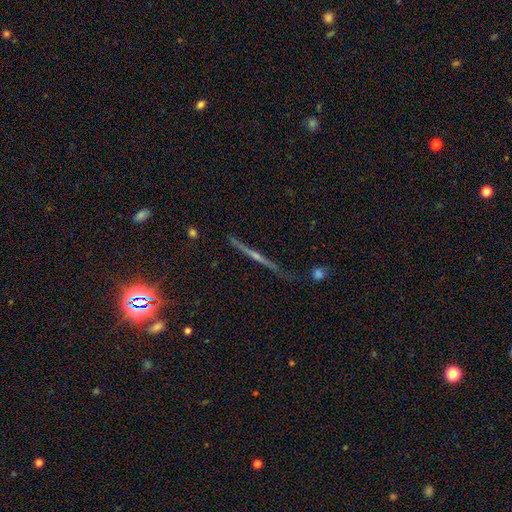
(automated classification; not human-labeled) This is likely a featured or disk galaxy (72%). It is clearly viewed edge-on (97%). Edge-on bulge: likely rounded (61%). Merging: likely none (79%).